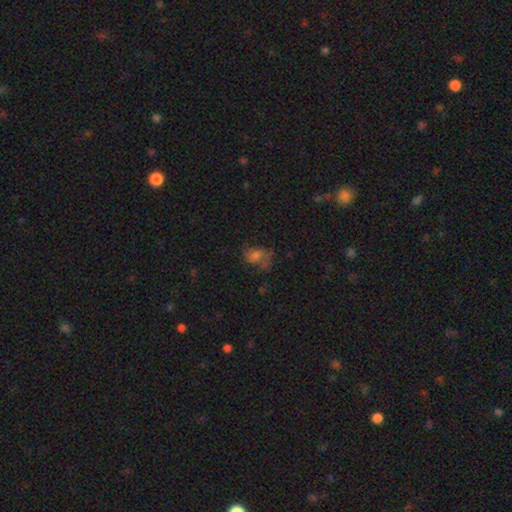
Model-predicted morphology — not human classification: Q: Smooth or featured?
A: smooth (44%); runner-up: featured or disk (35%)
Q: Merging?
A: none (44%); runner-up: major disturbance (27%)